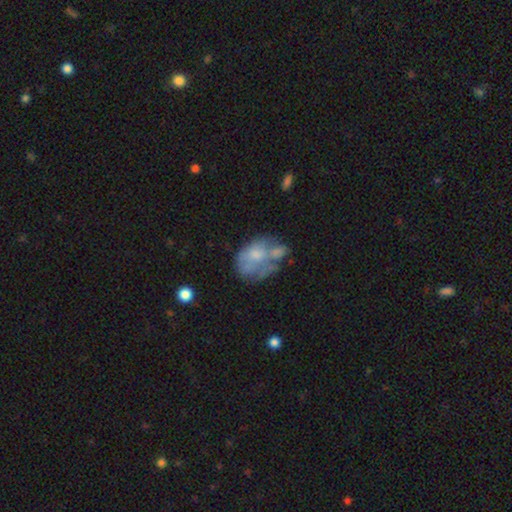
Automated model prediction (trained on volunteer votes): Morphology: type=smooth (50%); merging=merger (32%).